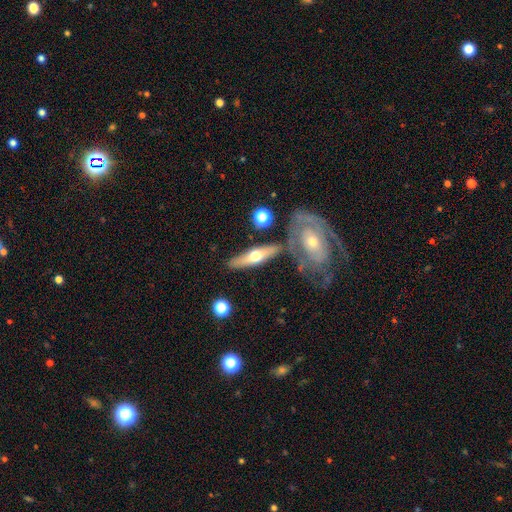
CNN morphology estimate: This is possibly a featured or disk galaxy (51%). It is likely viewed edge-on (77%). Merging: likely none (73%).